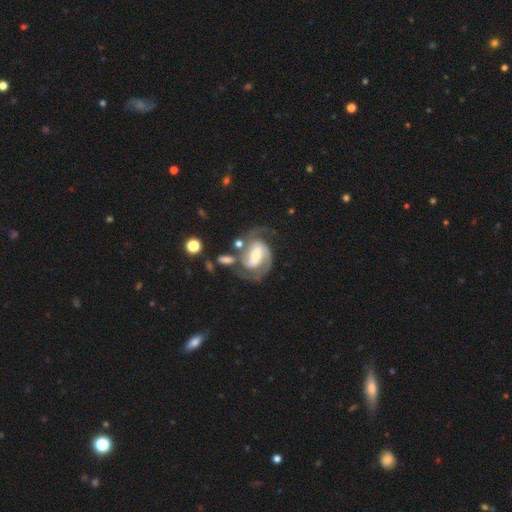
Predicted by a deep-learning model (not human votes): featured or disk 87%, smooth 8%, star or artifact 5%. Down the decision tree: edge-on disk — no (97%); bar — strong (48%); spiral arms — yes (97%); spiral arm count — 2 (86%); spiral winding — medium (50%); bulge size — moderate (49%); merging — none (60%).